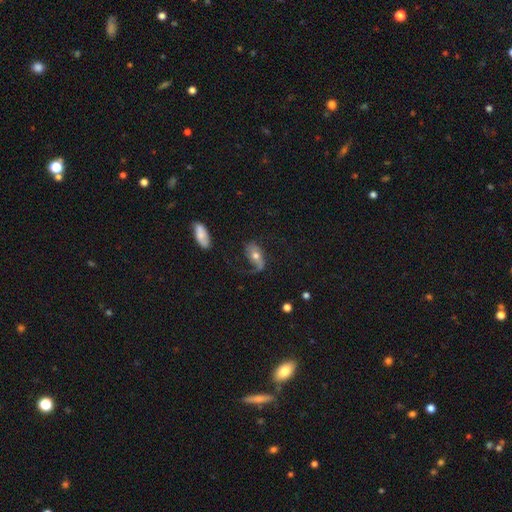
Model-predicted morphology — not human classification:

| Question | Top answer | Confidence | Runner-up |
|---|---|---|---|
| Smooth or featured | featured or disk | 56% | smooth (36%) |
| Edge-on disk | no | 91% | yes (9%) |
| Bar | no | 65% | weak (23%) |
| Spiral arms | yes | 77% | no (23%) |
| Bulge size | moderate | 66% | small (24%) |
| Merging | major disturbance | 39% | none (35%) |